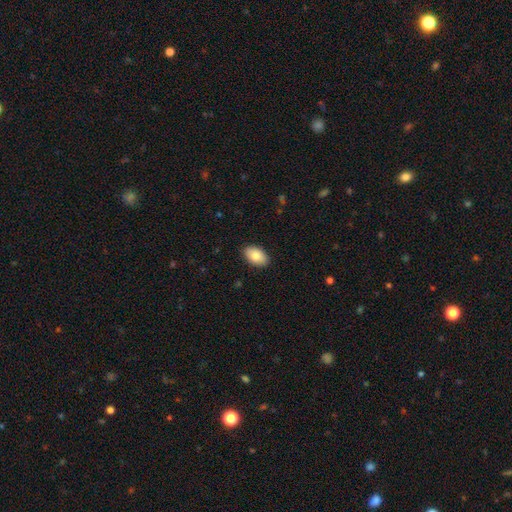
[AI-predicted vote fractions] Morphology: type=smooth (84%); roundness=in between (92%); merging=none (89%).